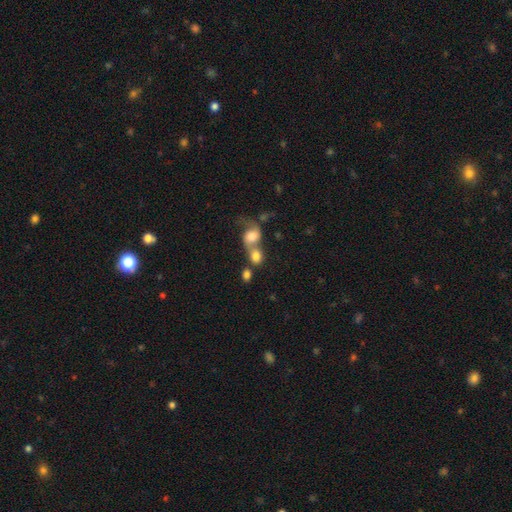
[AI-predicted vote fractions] The model was most divided on "how rounded": round: 61%, in between: 38%, cigar-shaped: 2%. More confident: smooth or featured — smooth (72%); merging — merger (70%).